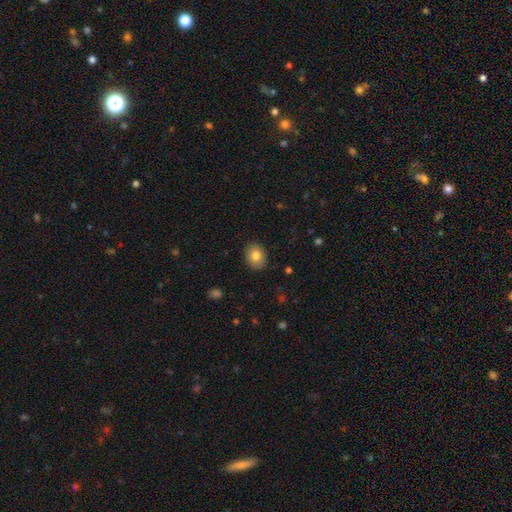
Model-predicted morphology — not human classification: This appears to be a smooth galaxy with no disk features (82%) that is in between round and cigar-shaped (55%). Merging: none (89%).